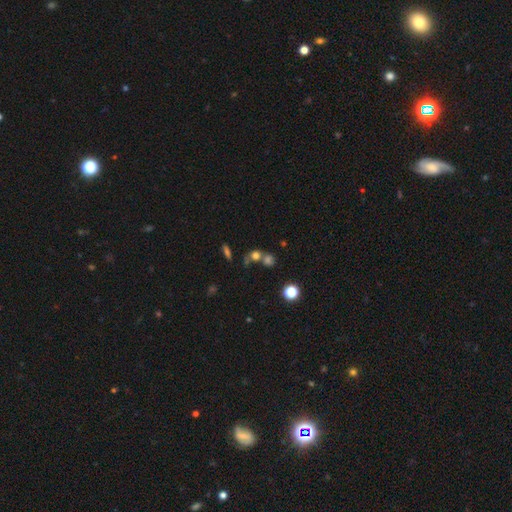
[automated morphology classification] smooth 66%, star or artifact 20%, featured or disk 13%. Down the decision tree: how rounded — round (72%); merging — merger (44%).